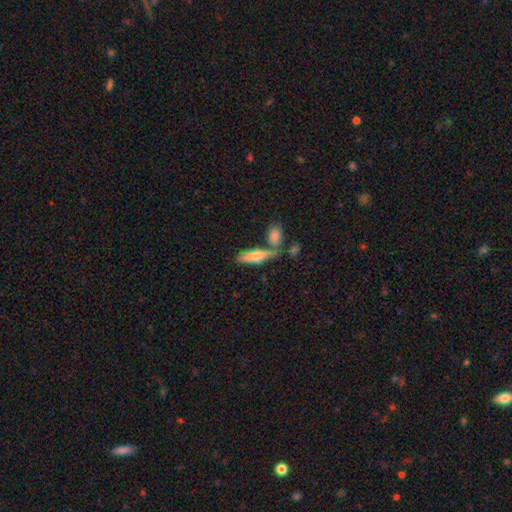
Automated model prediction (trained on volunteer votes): smooth 66%, featured or disk 28%, star or artifact 7%. Down the decision tree: how rounded — cigar-shaped (58%); merging — none (55%).